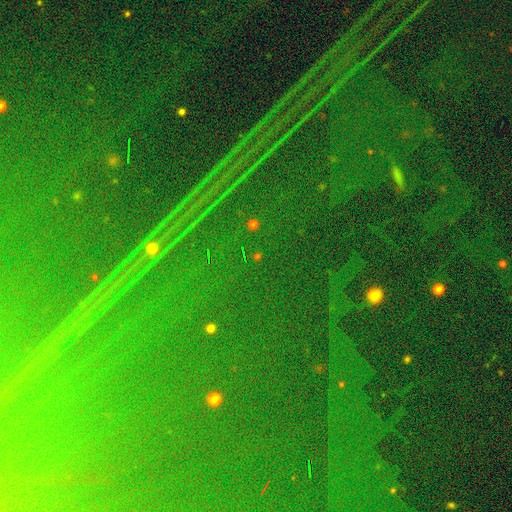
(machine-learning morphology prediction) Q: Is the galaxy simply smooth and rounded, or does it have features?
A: star or artifact — 87%.